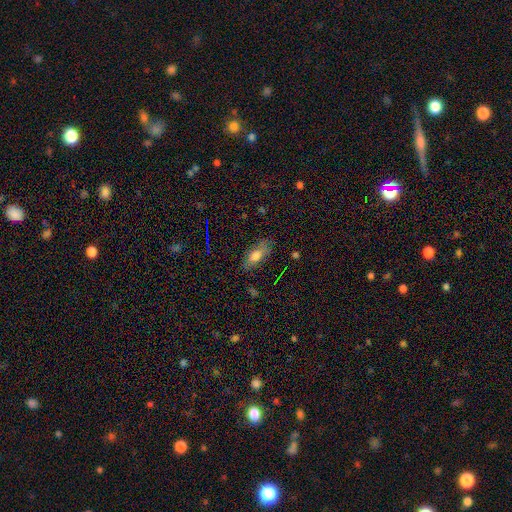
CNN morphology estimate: This is likely a smooth galaxy (69%). How rounded: likely in between (76%). Merging: likely none (78%).